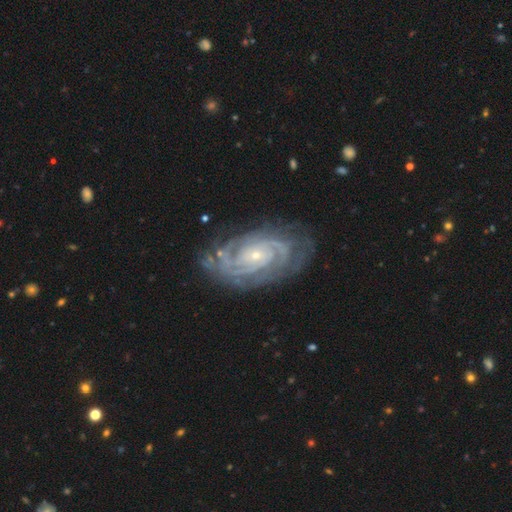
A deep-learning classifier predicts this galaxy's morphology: This appears to be a featured or disk galaxy (90%) with no bar (70%), 2 (29%) tight (77%) spiral arms (98%) and a small central bulge (80%). Merging: none (75%).